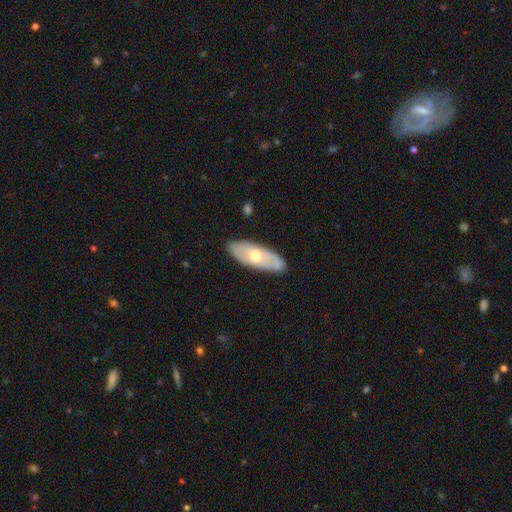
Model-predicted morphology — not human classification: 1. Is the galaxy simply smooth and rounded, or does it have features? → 50% featured or disk, 44% smooth, 5% star or artifact.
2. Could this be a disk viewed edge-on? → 76% no, 24% yes.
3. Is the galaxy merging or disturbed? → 84% none, 12% minor disturbance, 2% major disturbance, 1% merger.